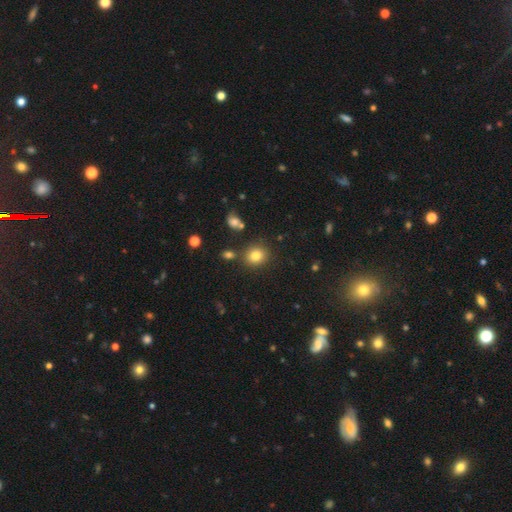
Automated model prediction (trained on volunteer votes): Smooth or featured? Predicted: smooth (p=0.82). How rounded? Predicted: round (p=0.76). Merging? Predicted: none (p=0.83).